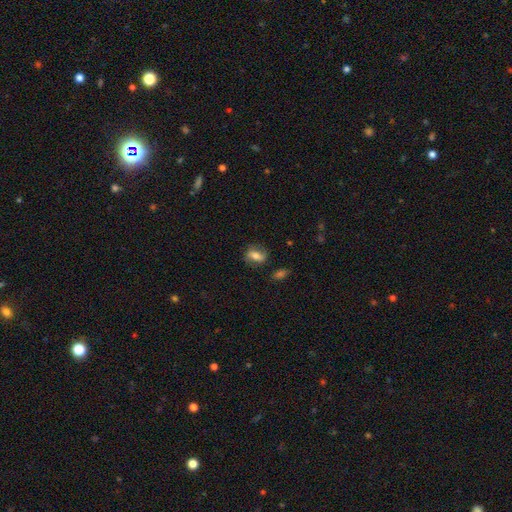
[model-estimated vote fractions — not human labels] smooth-or-featured: smooth: 53% | featured or disk: 38% | star or artifact: 9%
  how-rounded: in between: 72% | round: 23% | cigar-shaped: 6%
  merging: none: 73% | minor disturbance: 17% | major disturbance: 7% | merger: 2%